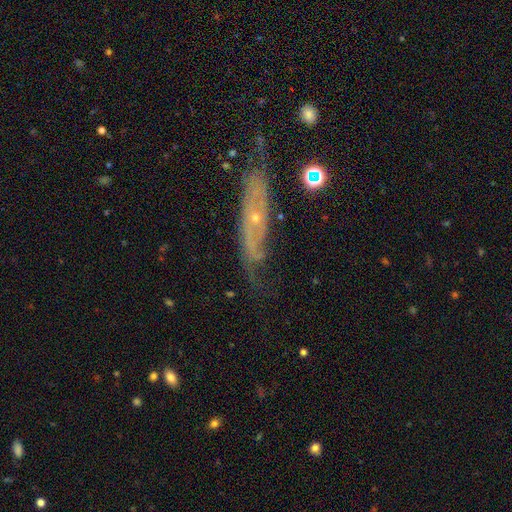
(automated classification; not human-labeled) This is likely a featured or disk galaxy (77%). It is likely not viewed edge-on (71%). Bar: likely no (75%). Spiral arm pattern: clearly yes (81%). Central bulge: likely small (76%). Merging: likely none (62%).